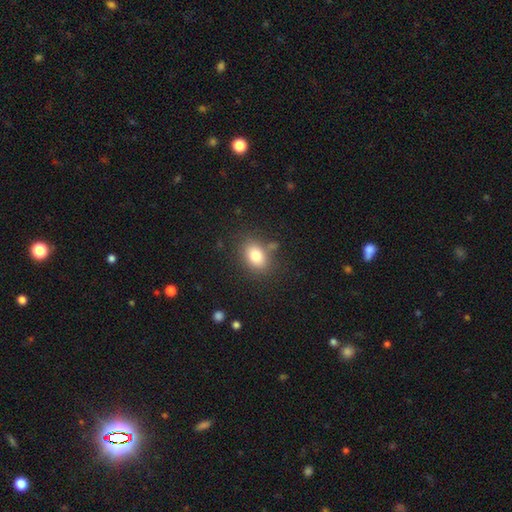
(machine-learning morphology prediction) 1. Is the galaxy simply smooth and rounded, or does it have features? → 80% smooth, 10% star or artifact, 10% featured or disk.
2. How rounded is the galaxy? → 72% in between, 26% round, 1% cigar-shaped.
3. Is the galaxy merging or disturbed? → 78% none, 13% minor disturbance, 5% merger, 4% major disturbance.